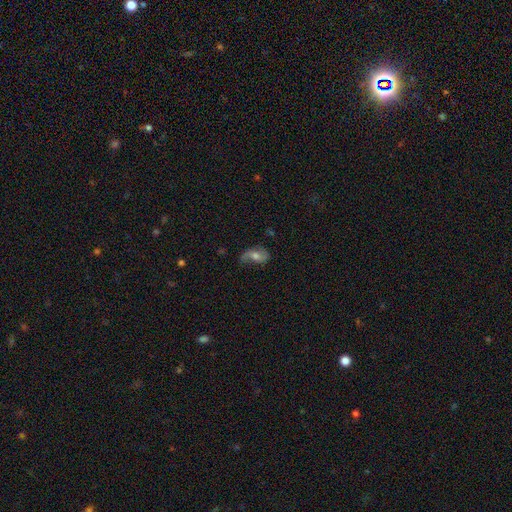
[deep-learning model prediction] Smooth or featured? Predicted: featured or disk (p=0.55). Edge-on disk? Predicted: no (p=0.95). Bar? Predicted: no (p=0.58). Spiral arms? Predicted: yes (p=0.85). Bulge size? Predicted: moderate (p=0.62). Merging? Predicted: none (p=0.51).